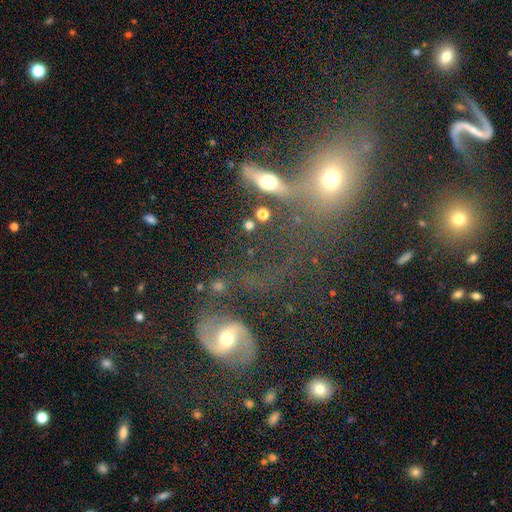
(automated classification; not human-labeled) featured or disk 60%, smooth 23%, star or artifact 16%. Down the decision tree: edge-on disk — no (92%); bar — no (54%); spiral arms — yes (76%); bulge size — moderate (54%); merging — none (42%).